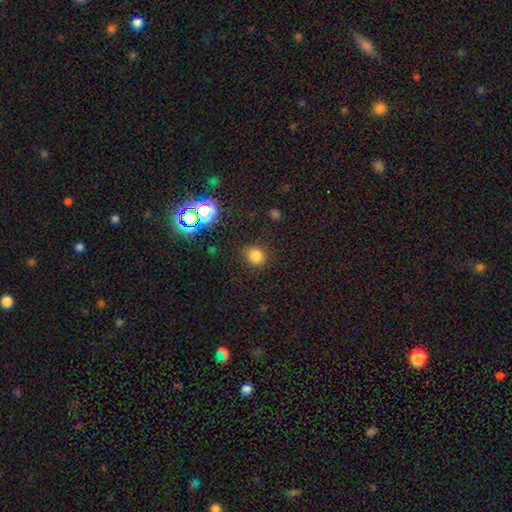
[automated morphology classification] smooth 77%, star or artifact 18%, featured or disk 5%. Down the decision tree: how rounded — round (75%); merging — none (80%).